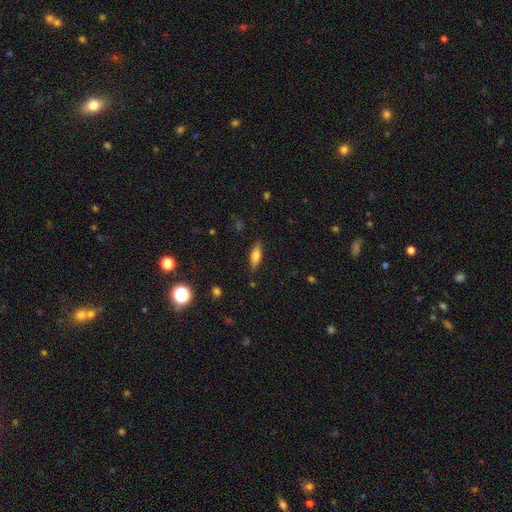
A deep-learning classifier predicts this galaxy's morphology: Q: Smooth or featured?
A: smooth (65%); runner-up: featured or disk (28%)
Q: How rounded?
A: in between (57%); runner-up: cigar-shaped (40%)
Q: Merging?
A: none (85%); runner-up: minor disturbance (11%)